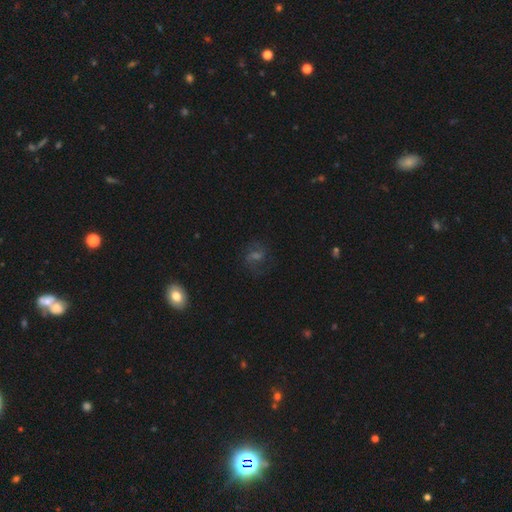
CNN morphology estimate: type=featured or disk (44%); merging=none (75%).